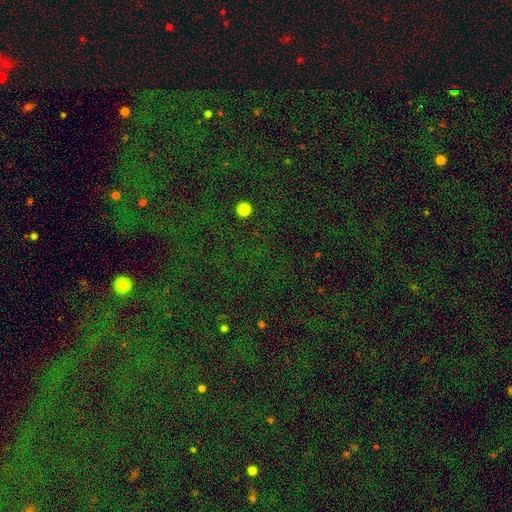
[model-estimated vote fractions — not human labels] star or artifact 82%, smooth 11%, featured or disk 7%.